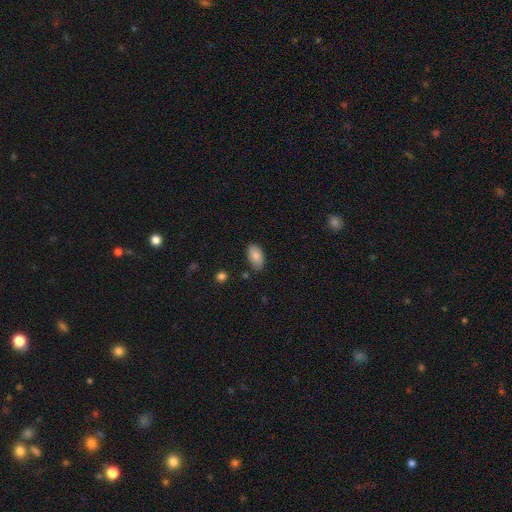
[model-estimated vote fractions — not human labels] The model was most divided on "merging": none: 80%, minor disturbance: 15%, major disturbance: 3%, merger: 2%. More confident: how rounded — in between (94%); smooth or featured — smooth (85%).